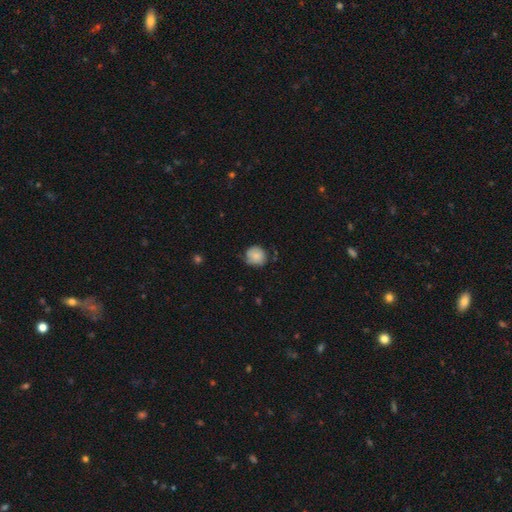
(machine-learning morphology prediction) type=smooth (78%); roundness=round (86%); merging=none (63%).